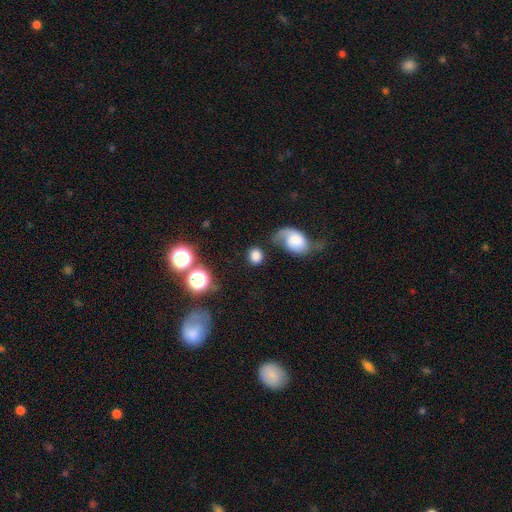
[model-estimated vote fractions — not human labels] Q: Smooth or featured?
A: smooth (74%); runner-up: featured or disk (13%)
Q: How rounded?
A: round (68%); runner-up: in between (31%)
Q: Merging?
A: none (60%); runner-up: minor disturbance (16%)